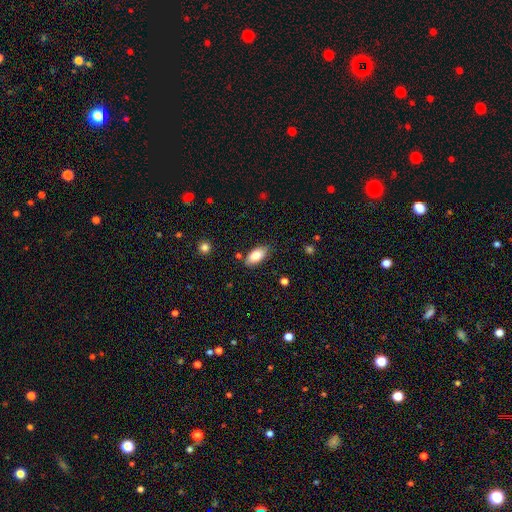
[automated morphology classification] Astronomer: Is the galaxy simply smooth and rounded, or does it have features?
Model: smooth — 82%.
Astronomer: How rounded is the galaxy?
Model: in between — 92%.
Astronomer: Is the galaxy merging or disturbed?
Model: none — 81%.